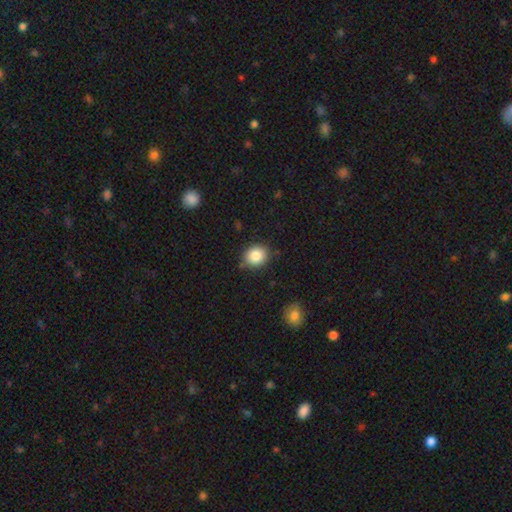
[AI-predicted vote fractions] A smooth galaxy with no disk features (85%) that is round (68%).

Vote fractions:
- Smooth or featured? smooth: 85% / star or artifact: 9% / featured or disk: 6%
- How rounded? round: 68% / in between: 31% / cigar-shaped: 1%
- Merging? none: 83% / minor disturbance: 12% / major disturbance: 3% / merger: 2%